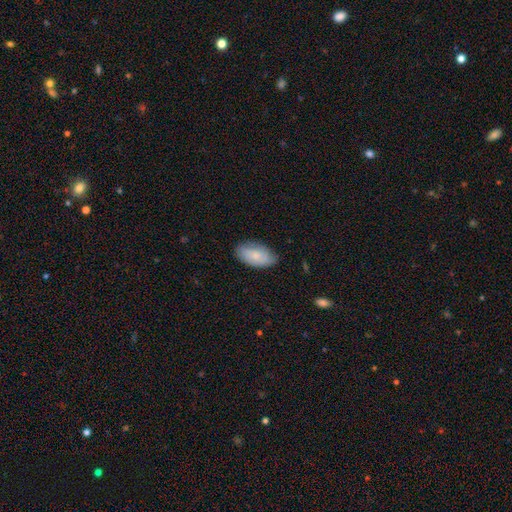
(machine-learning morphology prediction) smooth-or-featured: smooth: 77% | featured or disk: 17% | star or artifact: 6%
  how-rounded: in between: 94% | cigar-shaped: 3% | round: 3%
  merging: none: 76% | minor disturbance: 20% | major disturbance: 3% | merger: 1%